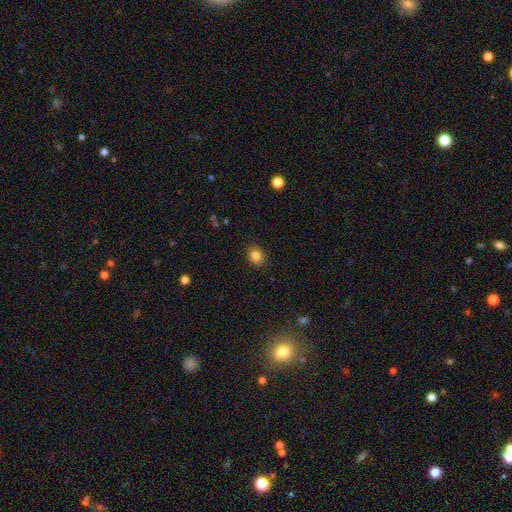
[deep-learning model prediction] The model was most divided on "how rounded": round: 57%, in between: 42%, cigar-shaped: 1%. More confident: merging — none (88%); smooth or featured — smooth (84%).